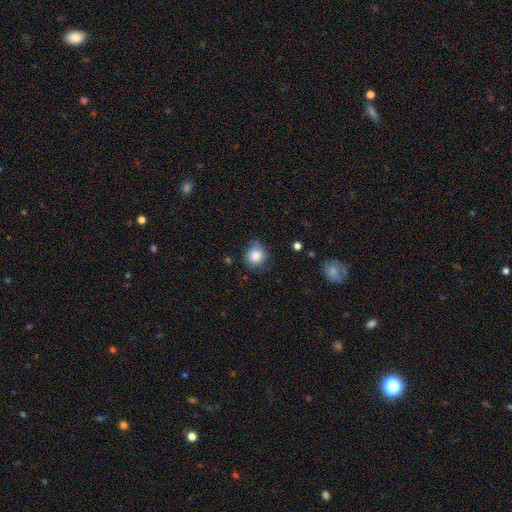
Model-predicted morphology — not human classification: This is clearly a smooth galaxy (85%). How rounded: clearly round (81%). Merging: likely none (66%).